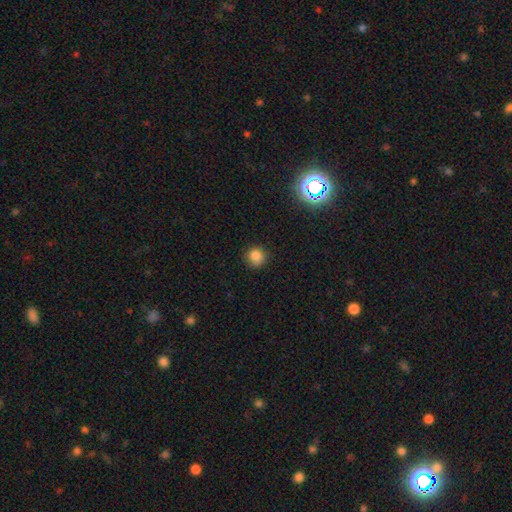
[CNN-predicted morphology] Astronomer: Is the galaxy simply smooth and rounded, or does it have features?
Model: smooth — 82%.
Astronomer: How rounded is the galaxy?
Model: round — 92%.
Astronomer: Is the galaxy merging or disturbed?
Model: none — 82%.